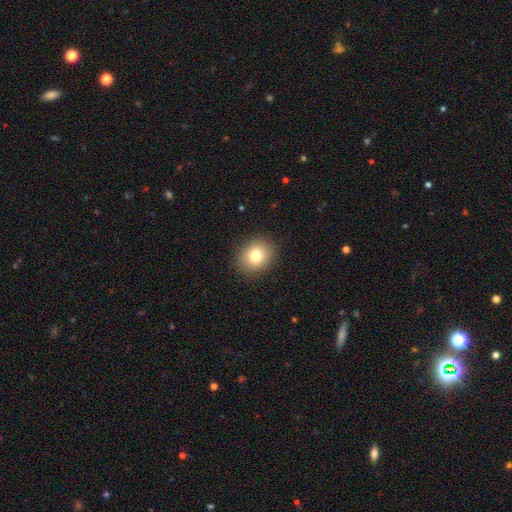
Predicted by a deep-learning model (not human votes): smooth_or_featured: smooth (p=0.79) [alt: featured or disk p=0.11]
how_rounded: round (p=0.63) [alt: in between p=0.36]
merging: none (p=0.89) [alt: minor disturbance p=0.08]